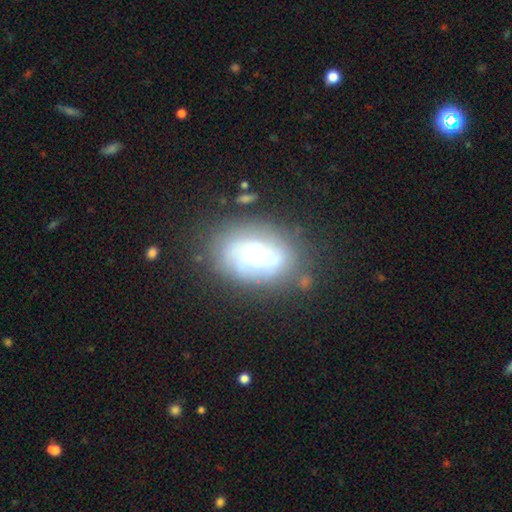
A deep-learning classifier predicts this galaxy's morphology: A featured or disk galaxy (54%) with no bar (79%), spiral arms (59%) and a small central bulge (38%). Merging: none (60%).